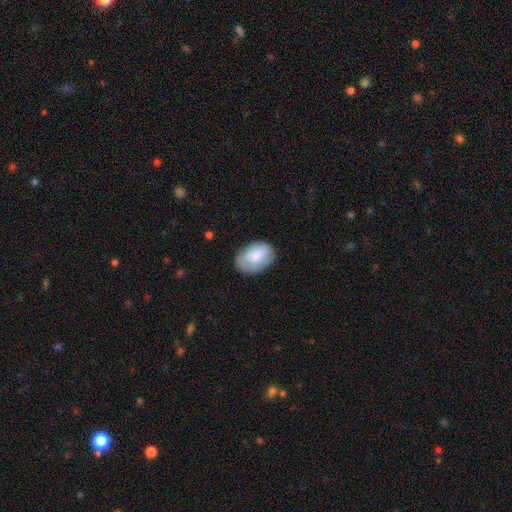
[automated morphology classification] Smooth or featured: smooth — 79% (featured or disk — 15%)
How rounded: in between — 86% (round — 13%)
Merging: none — 74% (minor disturbance — 19%)